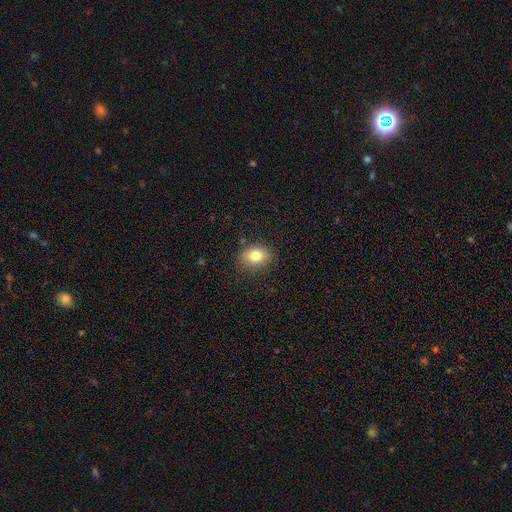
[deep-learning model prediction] Smooth or featured? smooth (79%)
How rounded? in between (62%)
Merging? none (82%)